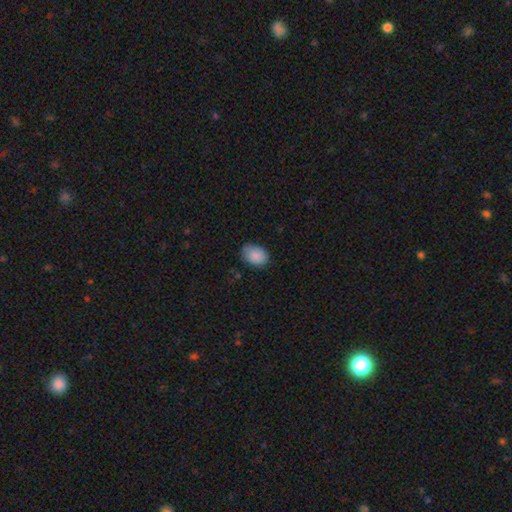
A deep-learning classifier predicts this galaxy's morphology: smooth-or-featured: smooth: 88% | star or artifact: 7% | featured or disk: 5%
  how-rounded: in between: 76% | round: 23% | cigar-shaped: 1%
  merging: none: 76% | minor disturbance: 20% | major disturbance: 3% | merger: 1%